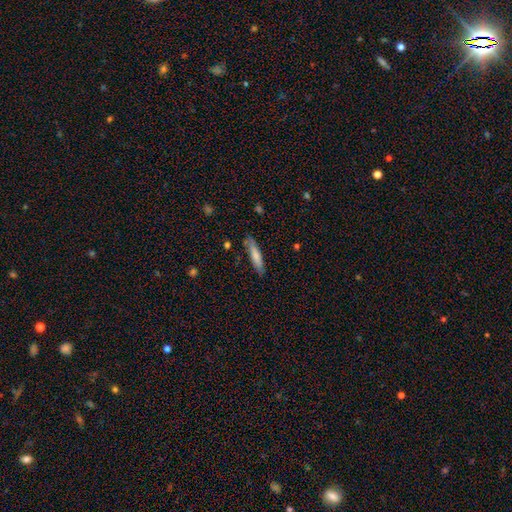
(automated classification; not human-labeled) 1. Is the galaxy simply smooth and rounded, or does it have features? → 76% smooth, 18% featured or disk, 6% star or artifact.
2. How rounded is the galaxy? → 82% cigar-shaped, 16% in between, 1% round.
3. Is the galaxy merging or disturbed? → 80% none, 15% minor disturbance, 3% major disturbance, 2% merger.